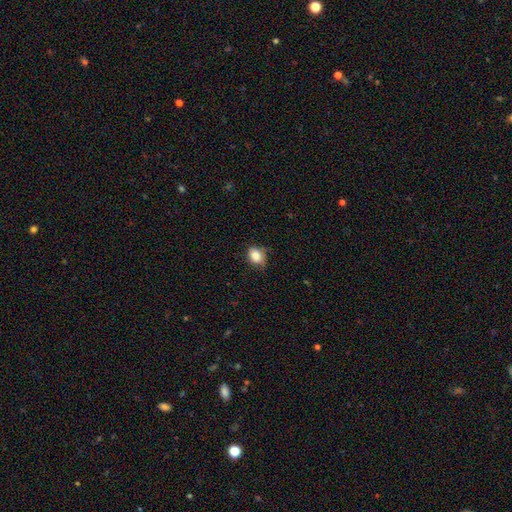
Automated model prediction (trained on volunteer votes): The model was most divided on "how rounded": in between: 64%, round: 34%, cigar-shaped: 1%. More confident: smooth or featured — smooth (85%); merging — none (64%).